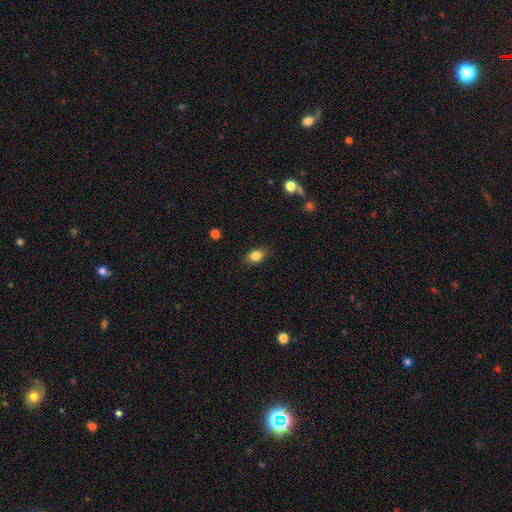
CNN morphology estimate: Q: Smooth or featured?
A: smooth (85%); runner-up: star or artifact (10%)
Q: How rounded?
A: in between (65%); runner-up: round (34%)
Q: Merging?
A: none (85%); runner-up: minor disturbance (11%)